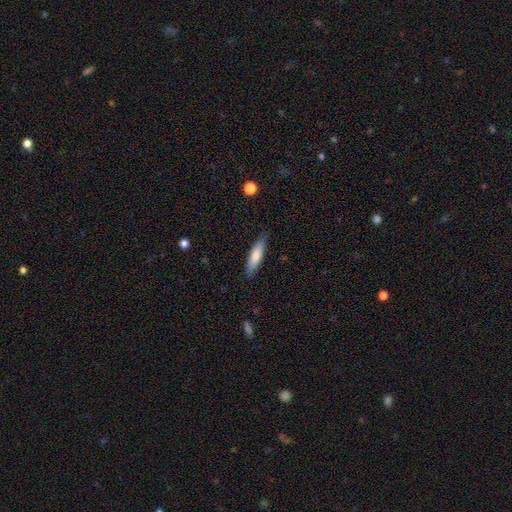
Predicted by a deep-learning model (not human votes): Q: Smooth or featured?
A: smooth (77%); runner-up: featured or disk (17%)
Q: How rounded?
A: cigar-shaped (70%); runner-up: in between (29%)
Q: Merging?
A: none (84%); runner-up: minor disturbance (12%)